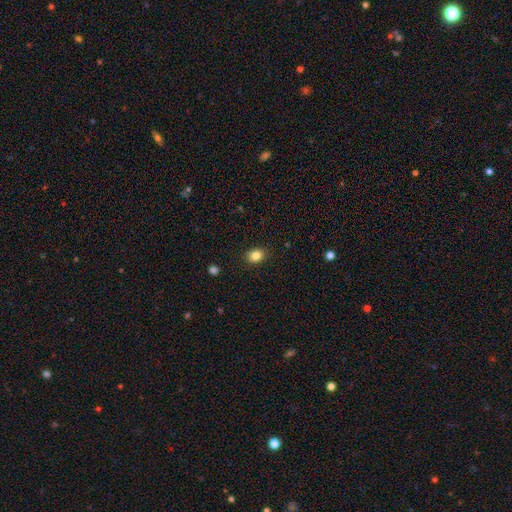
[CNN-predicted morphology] type=smooth (84%); roundness=in between (53%); merging=none (88%).